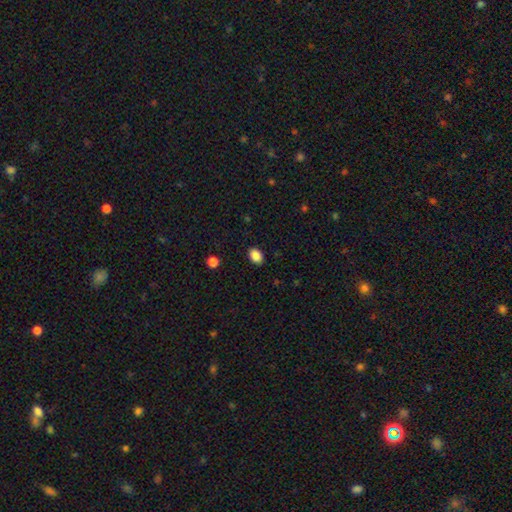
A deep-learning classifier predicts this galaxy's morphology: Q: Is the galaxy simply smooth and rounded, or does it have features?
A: smooth — 88%.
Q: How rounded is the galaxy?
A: in between — 80%.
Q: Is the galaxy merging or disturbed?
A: none — 88%.